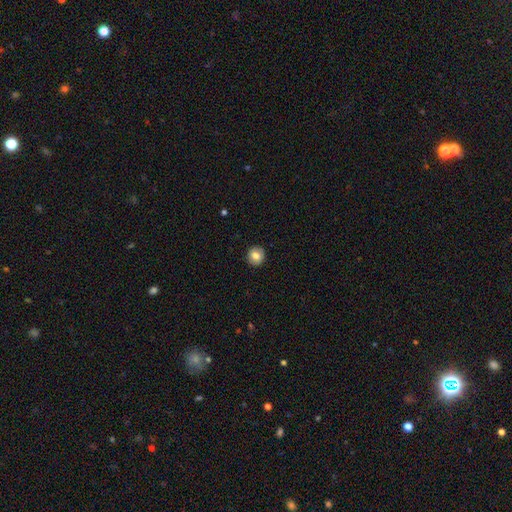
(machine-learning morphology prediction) Q: Smooth or featured?
A: smooth (79%); runner-up: featured or disk (12%)
Q: How rounded?
A: round (92%); runner-up: in between (7%)
Q: Merging?
A: none (92%); runner-up: minor disturbance (5%)